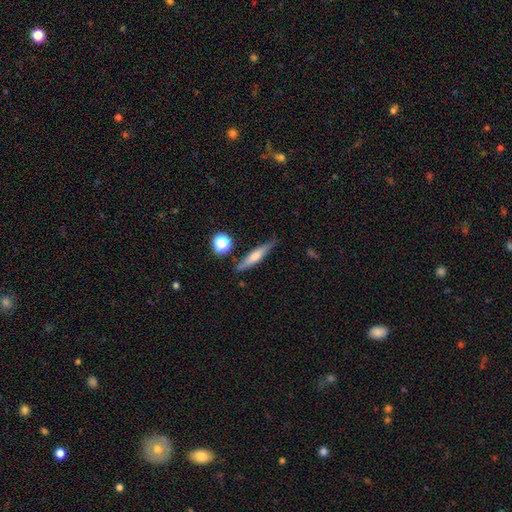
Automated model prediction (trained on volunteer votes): Overall: smooth (53%; featured or disk 39%). How rounded: cigar-shaped (85%). Merging: none (81%).